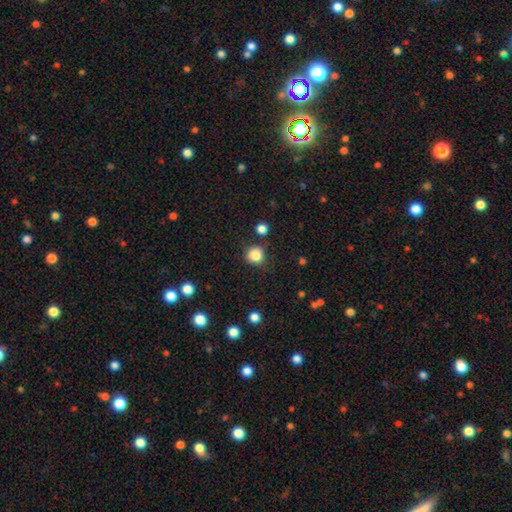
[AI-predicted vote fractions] The model was most divided on "merging": none: 82%, minor disturbance: 11%, merger: 4%, major disturbance: 3%. More confident: how rounded — round (89%); smooth or featured — smooth (84%).